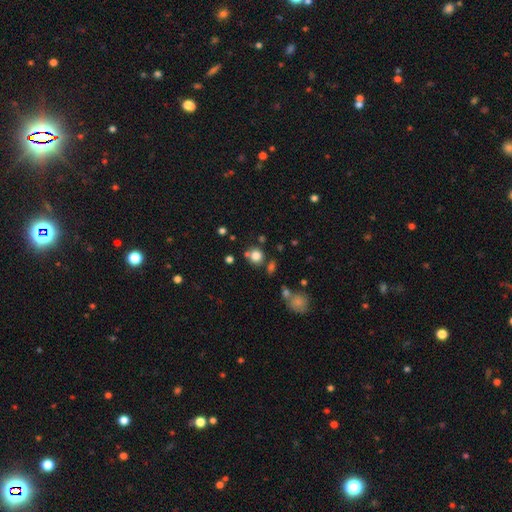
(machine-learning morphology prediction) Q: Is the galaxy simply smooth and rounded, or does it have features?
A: smooth — 80%.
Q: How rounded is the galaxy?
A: round — 89%.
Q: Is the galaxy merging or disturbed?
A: none — 71%.